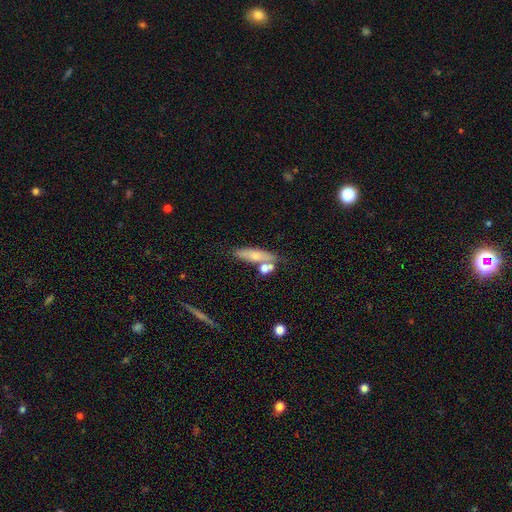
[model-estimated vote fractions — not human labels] Smooth or featured?
  - smooth: 63% *
  - featured or disk: 30%
  - star or artifact: 8%
How rounded?
  - cigar-shaped: 60% *
  - in between: 35%
  - round: 5%
Merging?
  - none: 59% *
  - merger: 21%
  - minor disturbance: 15%
  - major disturbance: 5%